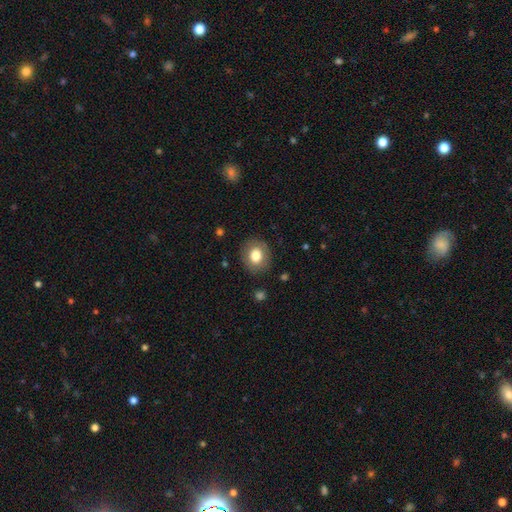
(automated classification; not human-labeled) The model was most divided on "how rounded": round: 73%, in between: 26%, cigar-shaped: 1%. More confident: merging — none (87%); smooth or featured — smooth (78%).